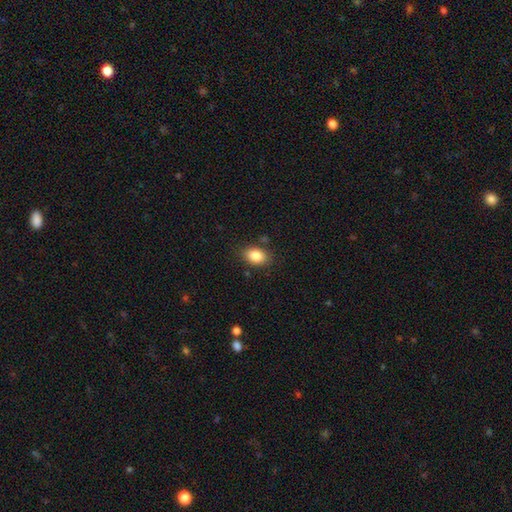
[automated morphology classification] Smooth or featured? smooth (86%)
How rounded? in between (81%)
Merging? none (83%)